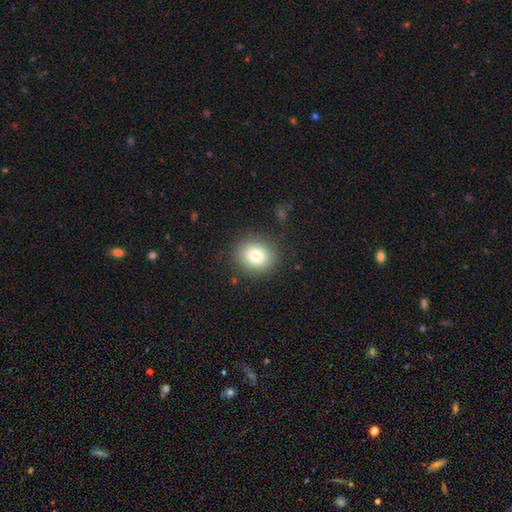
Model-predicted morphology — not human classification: Smooth or featured: smooth — 80% (star or artifact — 11%)
How rounded: round — 76% (in between — 23%)
Merging: none — 87% (minor disturbance — 8%)